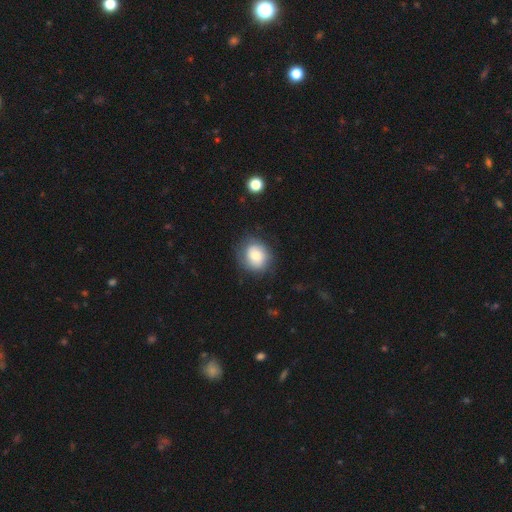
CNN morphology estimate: This appears to be a smooth galaxy with no disk features (71%) that is round (70%). Merging: none (75%).